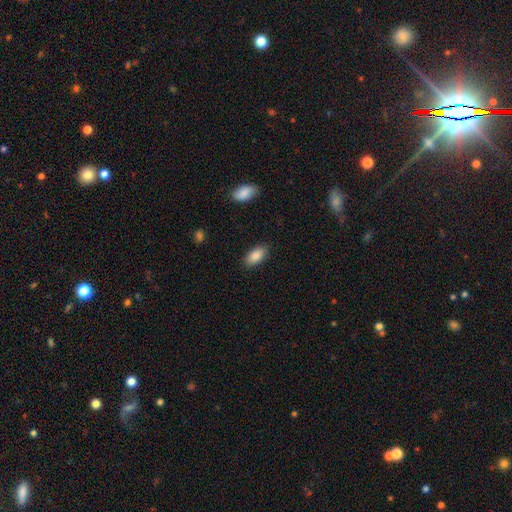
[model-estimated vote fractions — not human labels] A smooth galaxy with no disk features (87%) that is in between round and cigar-shaped (92%).

Vote fractions:
- Smooth or featured? smooth: 87% / star or artifact: 7% / featured or disk: 6%
- How rounded? in between: 92% / cigar-shaped: 5% / round: 3%
- Merging? none: 88% / minor disturbance: 9% / major disturbance: 2% / merger: 1%